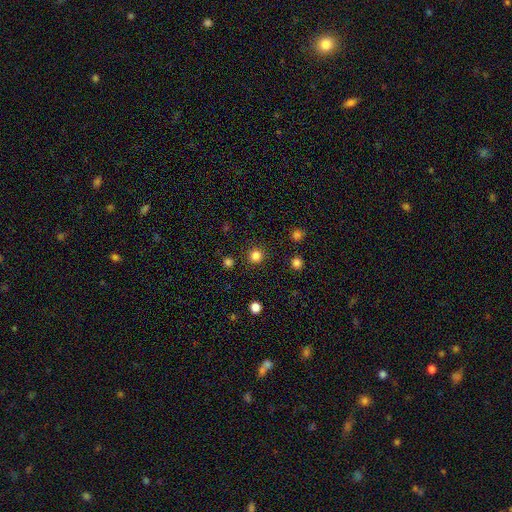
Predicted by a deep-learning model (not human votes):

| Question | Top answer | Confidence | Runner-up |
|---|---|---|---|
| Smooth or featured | smooth | 82% | star or artifact (15%) |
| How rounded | round | 94% | in between (5%) |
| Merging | none | 91% | minor disturbance (5%) |